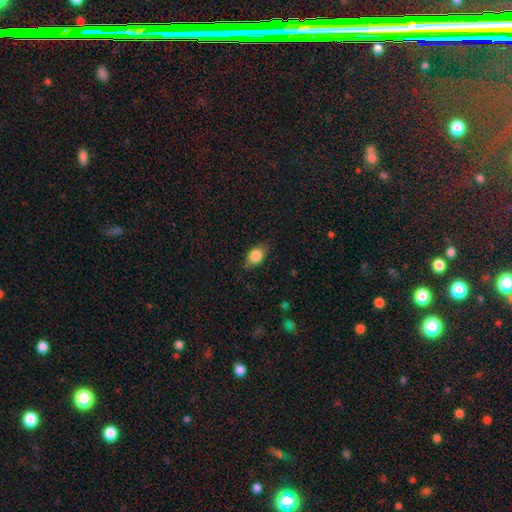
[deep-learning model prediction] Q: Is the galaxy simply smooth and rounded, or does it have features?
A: smooth — 79%.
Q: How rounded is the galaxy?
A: in between — 76%.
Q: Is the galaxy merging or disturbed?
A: none — 76%.